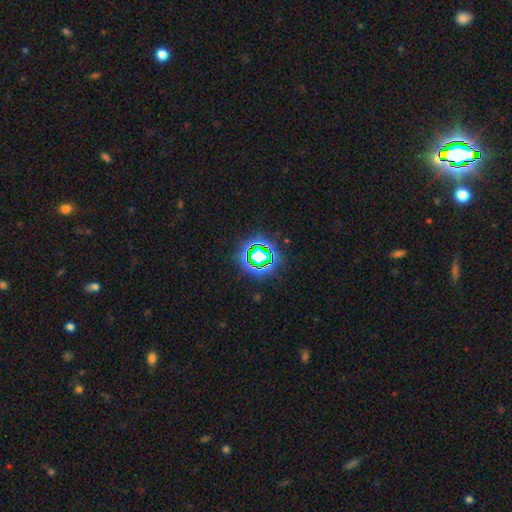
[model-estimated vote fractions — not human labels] Q: Smooth or featured?
A: star or artifact (65%); runner-up: smooth (23%)